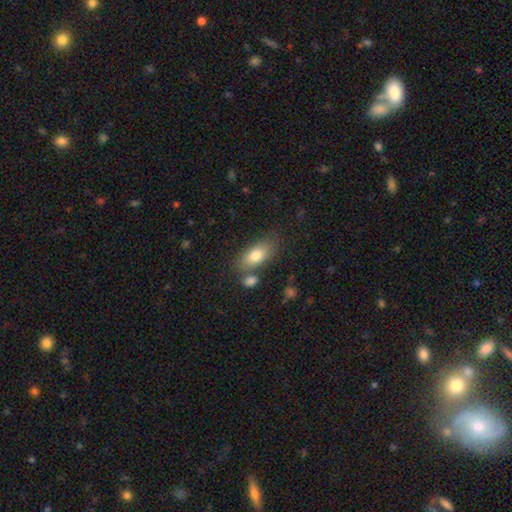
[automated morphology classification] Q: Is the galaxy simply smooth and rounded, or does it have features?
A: smooth — 79%.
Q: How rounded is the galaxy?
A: in between — 87%.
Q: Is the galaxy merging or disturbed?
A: none — 69%.